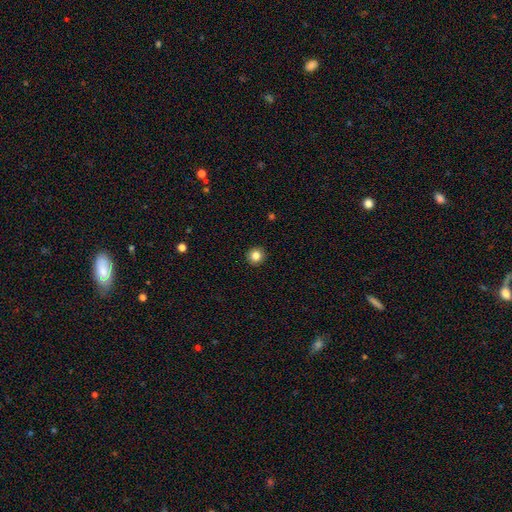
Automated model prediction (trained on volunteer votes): Q: Smooth or featured?
A: smooth (83%); runner-up: star or artifact (11%)
Q: How rounded?
A: round (94%); runner-up: in between (6%)
Q: Merging?
A: none (93%); runner-up: minor disturbance (5%)